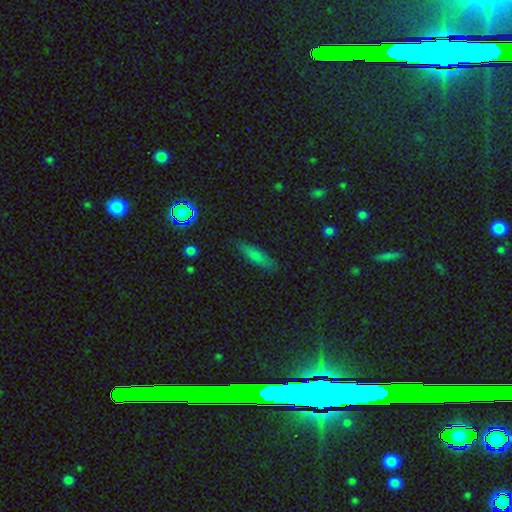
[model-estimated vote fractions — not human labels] Smooth or featured: smooth — 71% (featured or disk — 17%)
How rounded: cigar-shaped — 62% (in between — 35%)
Merging: none — 84% (minor disturbance — 12%)